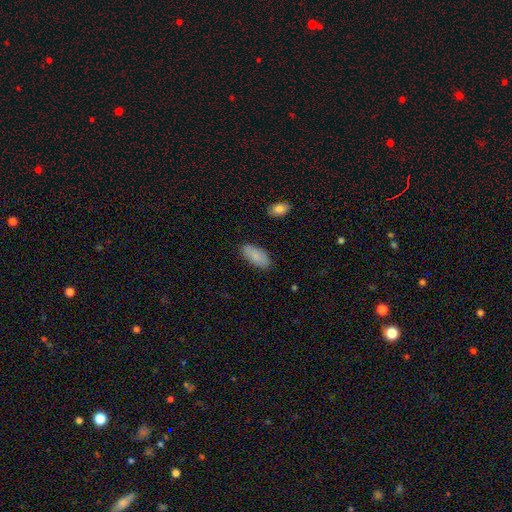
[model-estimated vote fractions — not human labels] Smooth or featured?
  - smooth: 86% *
  - featured or disk: 7%
  - star or artifact: 6%
How rounded?
  - in between: 90% *
  - cigar-shaped: 8%
  - round: 2%
Merging?
  - none: 83% *
  - minor disturbance: 13%
  - major disturbance: 3%
  - merger: 2%